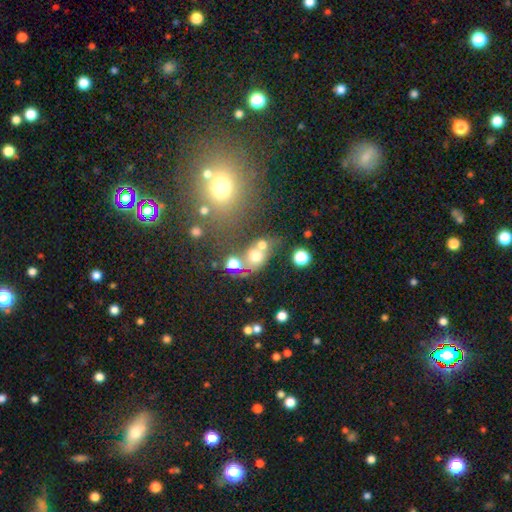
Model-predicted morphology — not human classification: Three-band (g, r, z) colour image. It shows a smooth galaxy with no disk features (62%) that is round (63%). Merging: merger (44%).